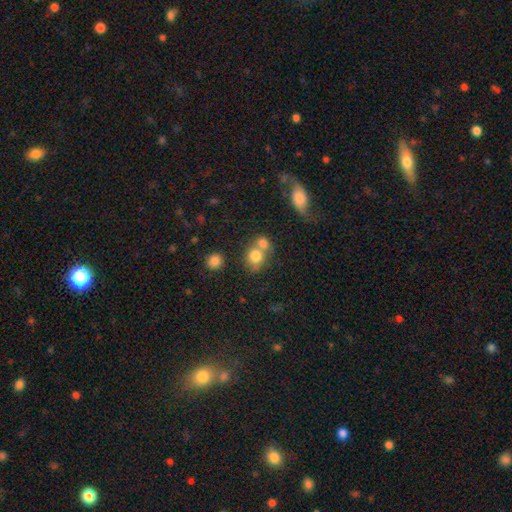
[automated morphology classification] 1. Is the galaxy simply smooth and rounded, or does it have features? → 78% smooth, 12% featured or disk, 10% star or artifact.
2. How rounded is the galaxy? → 65% round, 33% in between, 1% cigar-shaped.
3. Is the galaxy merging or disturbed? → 49% merger, 38% none, 9% minor disturbance, 4% major disturbance.